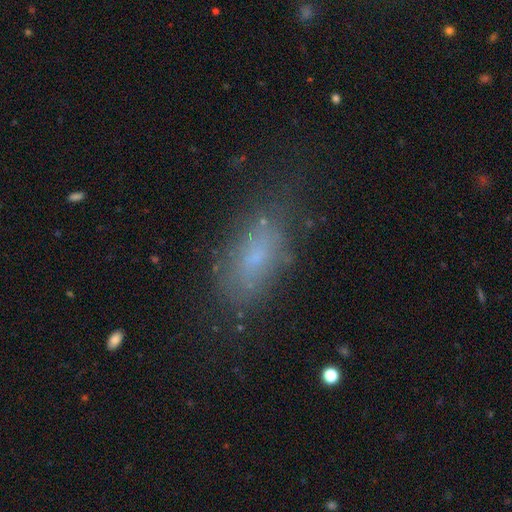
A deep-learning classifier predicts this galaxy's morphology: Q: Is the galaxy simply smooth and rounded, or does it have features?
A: smooth — 65%.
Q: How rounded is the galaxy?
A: in between — 84%.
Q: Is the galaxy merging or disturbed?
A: none — 64%.